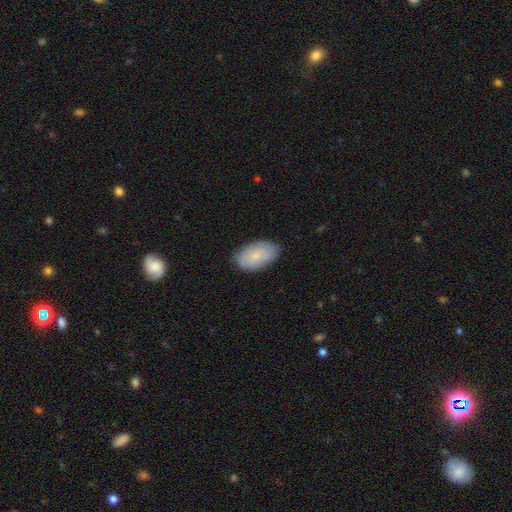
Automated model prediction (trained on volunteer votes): Smooth or featured? smooth (80%)
How rounded? in between (94%)
Merging? none (84%)